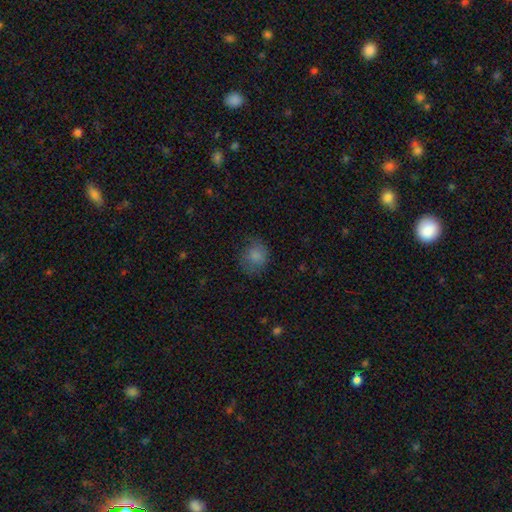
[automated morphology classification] Smooth or featured: smooth — 81% (star or artifact — 10%)
How rounded: round — 77% (in between — 22%)
Merging: none — 68% (minor disturbance — 21%)